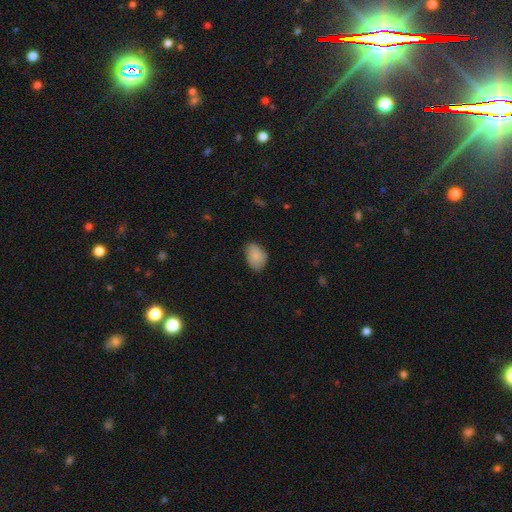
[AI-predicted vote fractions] Overall: smooth (86%). How rounded: in between (84%). Merging: none (72%).